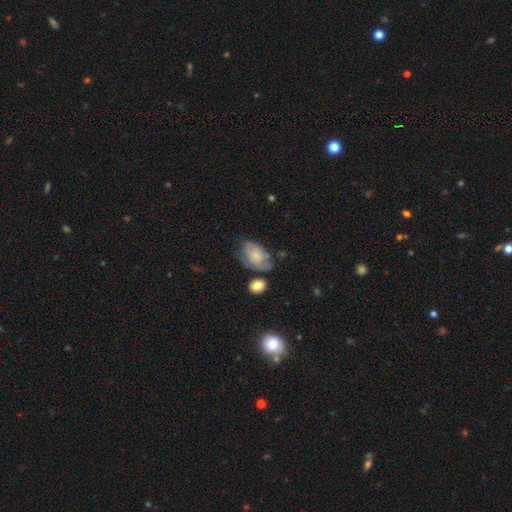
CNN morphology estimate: Q: Smooth or featured?
A: smooth (54%); runner-up: featured or disk (38%)
Q: How rounded?
A: in between (87%); runner-up: round (12%)
Q: Merging?
A: none (44%); runner-up: minor disturbance (32%)